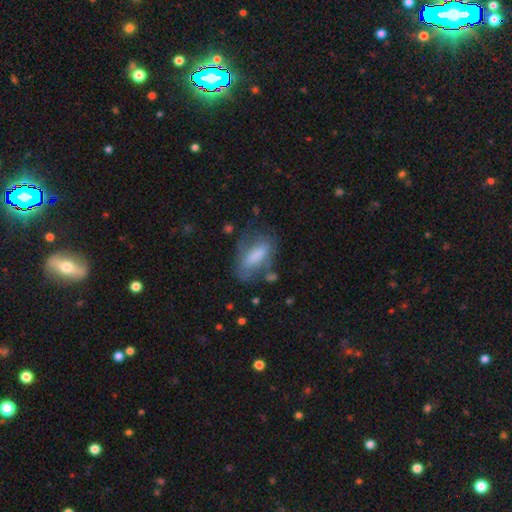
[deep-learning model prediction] Smooth or featured: smooth — 67% (featured or disk — 24%)
How rounded: in between — 77% (cigar-shaped — 19%)
Merging: none — 52% (minor disturbance — 25%)